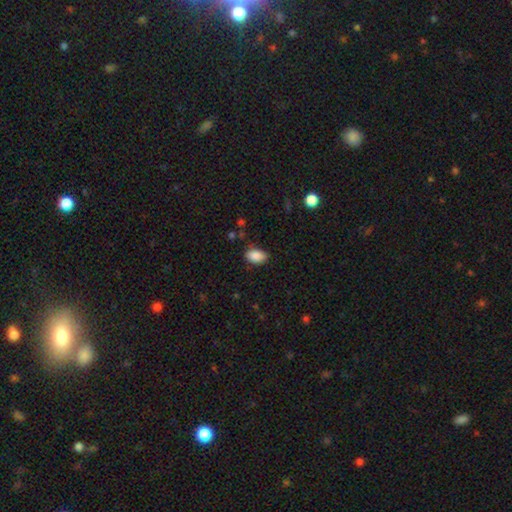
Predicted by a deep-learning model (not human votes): Overall: smooth (89%). How rounded: in between (90%). Merging: none (78%).